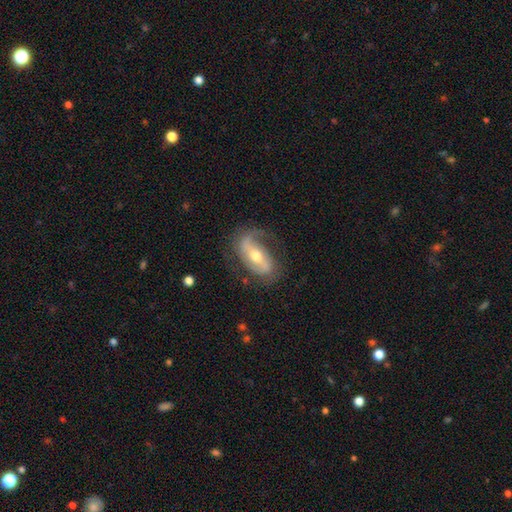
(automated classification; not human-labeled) featured or disk 79%, smooth 16%, star or artifact 6%. Down the decision tree: edge-on disk — no (93%); bar — strong (41%); spiral arms — yes (89%); spiral arm count — 2 (67%); spiral winding — medium (40%); bulge size — moderate (66%); merging — none (62%).